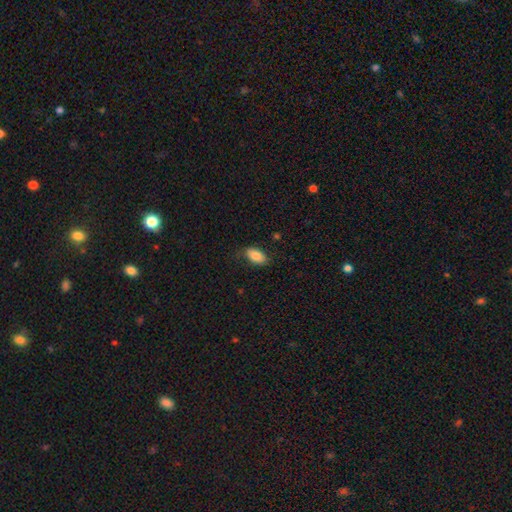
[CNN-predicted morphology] Smooth or featured? smooth (83%)
How rounded? in between (93%)
Merging? none (76%)